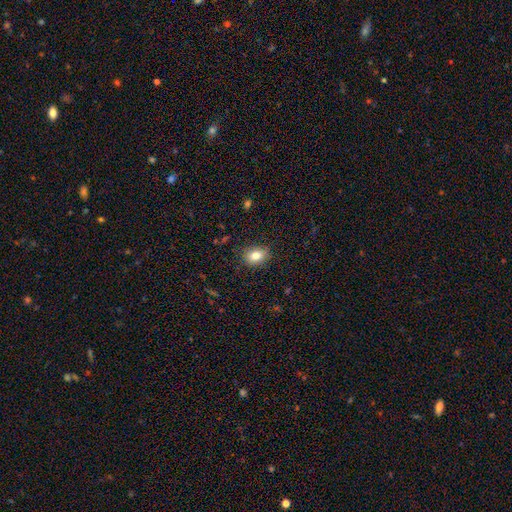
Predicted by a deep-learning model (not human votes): A smooth galaxy with no disk features (81%) that is in between round and cigar-shaped (69%). Merging: none (84%).